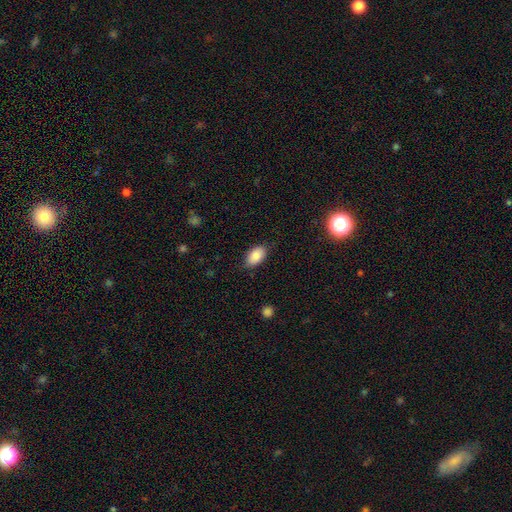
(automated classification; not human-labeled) Q: Smooth or featured?
A: smooth (85%); runner-up: featured or disk (8%)
Q: How rounded?
A: in between (92%); runner-up: round (6%)
Q: Merging?
A: none (81%); runner-up: minor disturbance (15%)